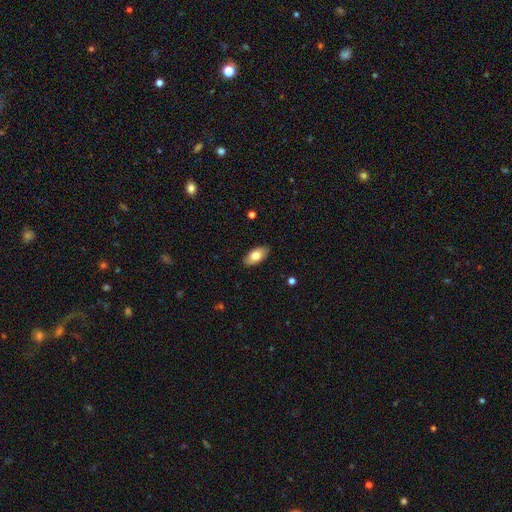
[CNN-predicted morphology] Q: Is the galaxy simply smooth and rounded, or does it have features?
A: smooth — 76%.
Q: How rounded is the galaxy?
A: in between — 93%.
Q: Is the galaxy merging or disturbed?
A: none — 88%.